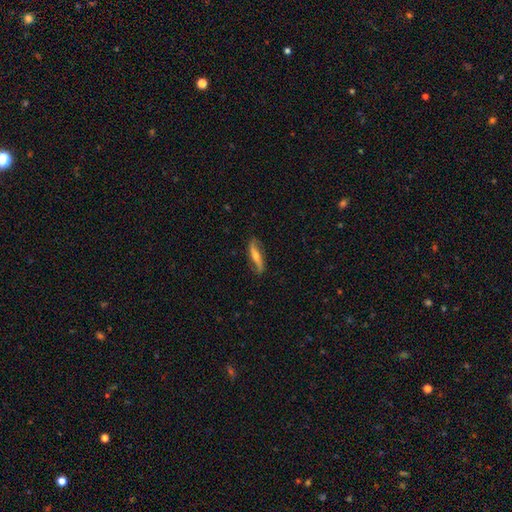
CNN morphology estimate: Smooth or featured? Predicted: featured or disk (p=0.68). Edge-on disk? Predicted: no (p=0.60). Merging? Predicted: none (p=0.79).